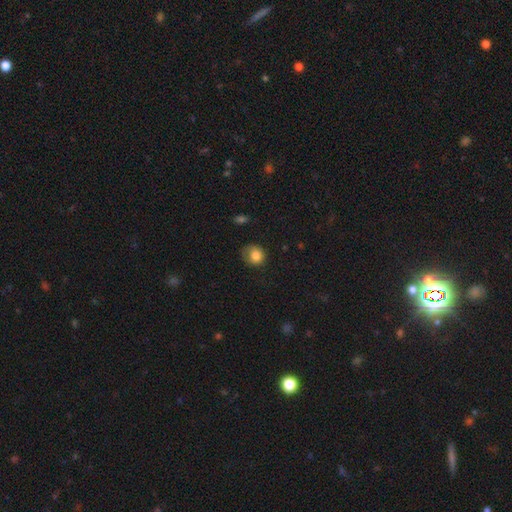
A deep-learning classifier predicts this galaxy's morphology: A smooth galaxy with no disk features (81%) that is round (77%).

Vote fractions:
- Smooth or featured? smooth: 81% / featured or disk: 10% / star or artifact: 9%
- How rounded? round: 77% / in between: 22% / cigar-shaped: 1%
- Merging? none: 54% / minor disturbance: 30% / major disturbance: 14% / merger: 2%